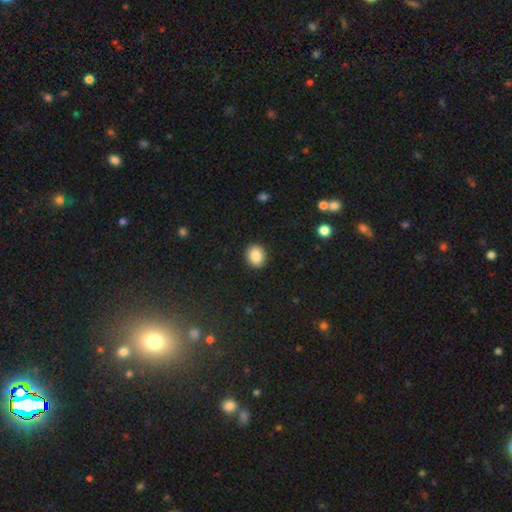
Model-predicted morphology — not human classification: smooth 86%, star or artifact 9%, featured or disk 5%. Down the decision tree: how rounded — round (66%); merging — none (91%).